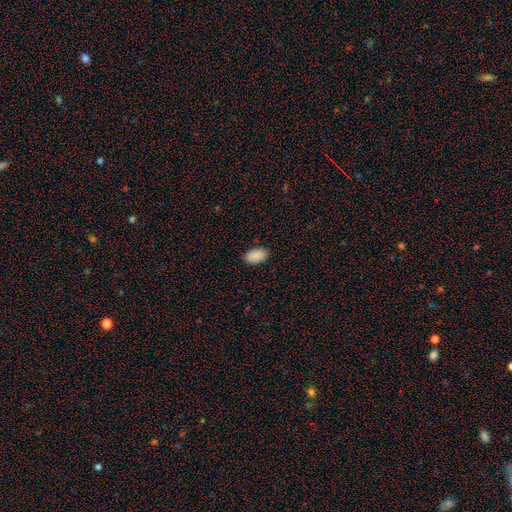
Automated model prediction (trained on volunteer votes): This appears to be a smooth galaxy with no disk features (91%) that is in between round and cigar-shaped (95%). Merging: none (89%).